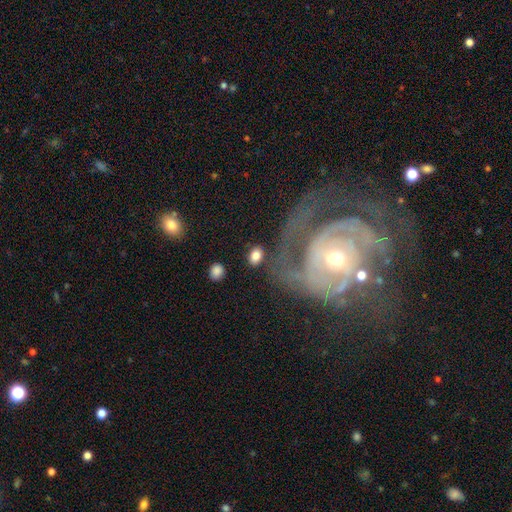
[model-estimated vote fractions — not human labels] smooth_or_featured: smooth (p=0.81) [alt: featured or disk p=0.12]
how_rounded: in between (p=0.75) [alt: round p=0.23]
merging: none (p=0.77) [alt: minor disturbance p=0.11]